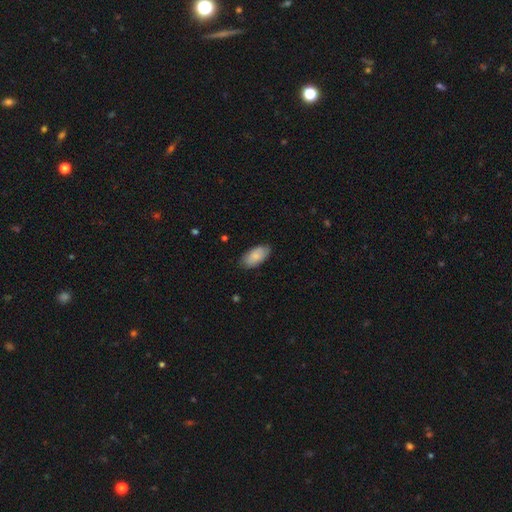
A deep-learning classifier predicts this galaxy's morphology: Smooth or featured? smooth (84%)
How rounded? in between (94%)
Merging? none (81%)